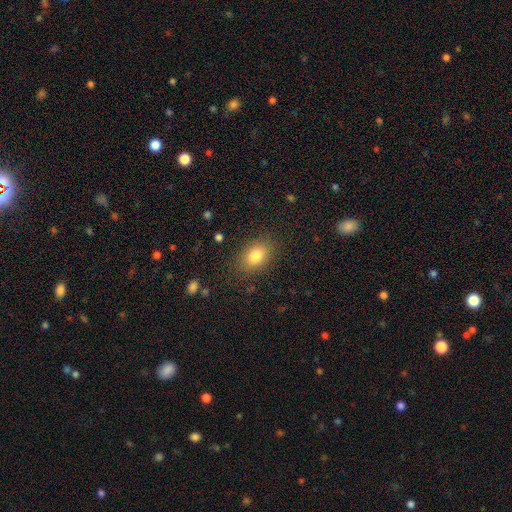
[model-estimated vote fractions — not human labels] smooth-or-featured: smooth: 82% | star or artifact: 10% | featured or disk: 8%
  how-rounded: in between: 81% | round: 17% | cigar-shaped: 2%
  merging: none: 85% | minor disturbance: 10% | major disturbance: 3% | merger: 1%